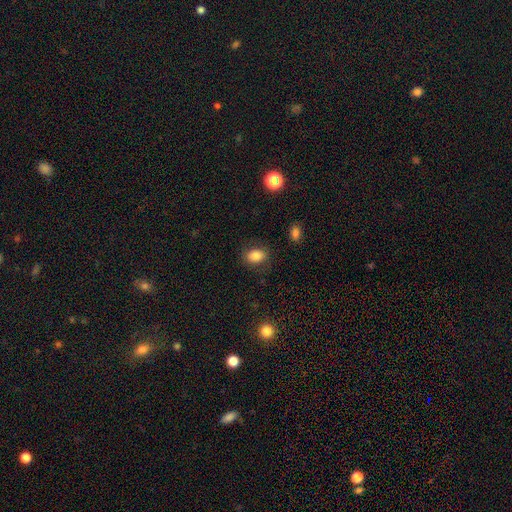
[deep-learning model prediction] Smooth or featured? Predicted: smooth (p=0.83). How rounded? Predicted: in between (p=0.78). Merging? Predicted: none (p=0.83).